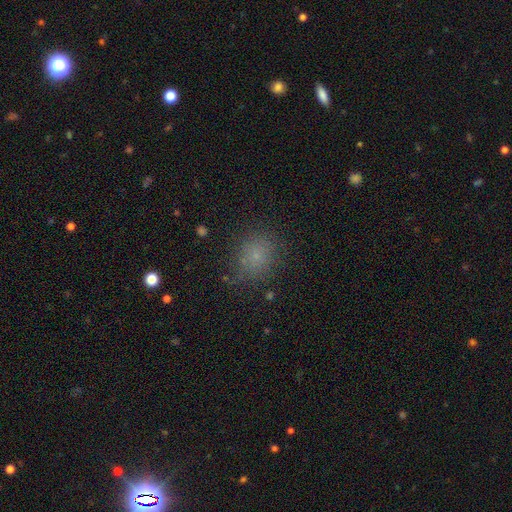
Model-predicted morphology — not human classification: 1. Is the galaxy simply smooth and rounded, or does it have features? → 73% smooth, 19% star or artifact, 8% featured or disk.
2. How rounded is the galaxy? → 72% round, 27% in between, 1% cigar-shaped.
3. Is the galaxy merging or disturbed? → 78% none, 15% minor disturbance, 6% major disturbance, 2% merger.